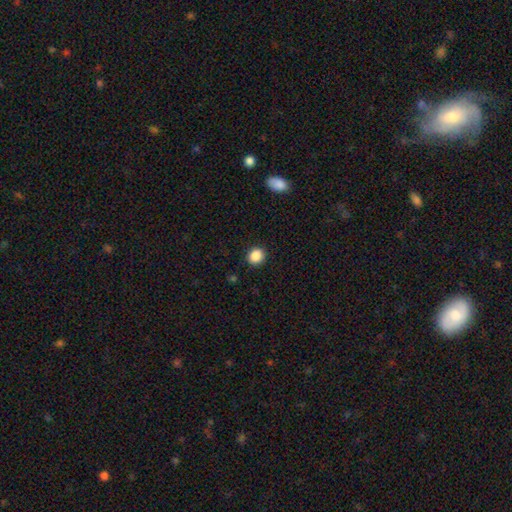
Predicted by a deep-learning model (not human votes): A smooth galaxy with no disk features (88%) that is round (77%).

Vote fractions:
- Smooth or featured? smooth: 88% / star or artifact: 9% / featured or disk: 3%
- How rounded? round: 77% / in between: 22% / cigar-shaped: 1%
- Merging? none: 91% / minor disturbance: 6% / major disturbance: 2% / merger: 1%